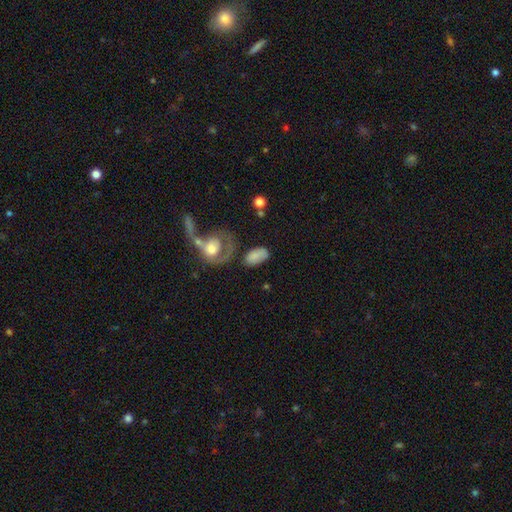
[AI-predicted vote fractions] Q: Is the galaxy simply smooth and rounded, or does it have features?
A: smooth — 74%.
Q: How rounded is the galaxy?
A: in between — 91%.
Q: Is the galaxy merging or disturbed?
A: none — 49%.